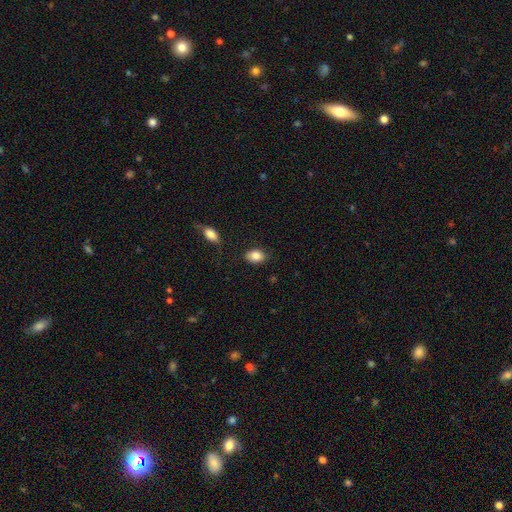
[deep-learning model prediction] Smooth or featured? Predicted: smooth (p=0.85). How rounded? Predicted: in between (p=0.80). Merging? Predicted: none (p=0.82).